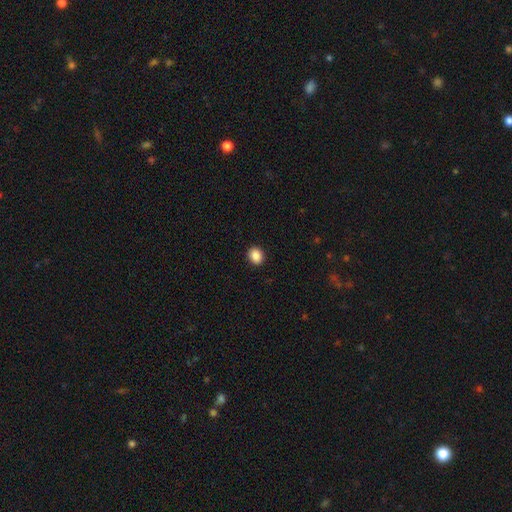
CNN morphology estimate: smooth-or-featured: smooth: 88% | star or artifact: 9% | featured or disk: 3%
  how-rounded: round: 67% | in between: 32% | cigar-shaped: 1%
  merging: none: 92% | minor disturbance: 6% | major disturbance: 2% | merger: 1%